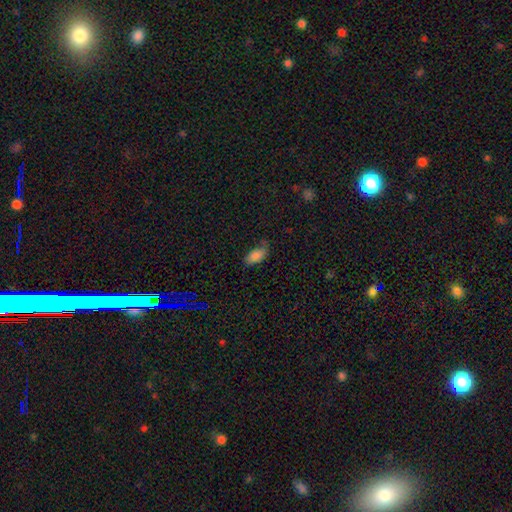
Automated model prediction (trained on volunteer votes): smooth 83%, star or artifact 10%, featured or disk 7%. Down the decision tree: how rounded — in between (91%); merging — none (61%).